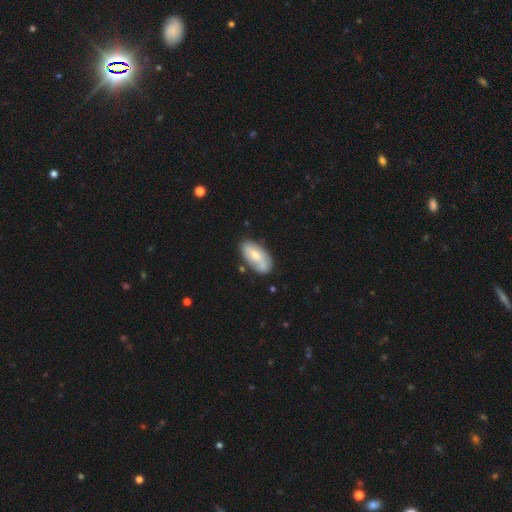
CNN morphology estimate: Smooth or featured? smooth (57%)
How rounded? in between (92%)
Merging? none (67%)